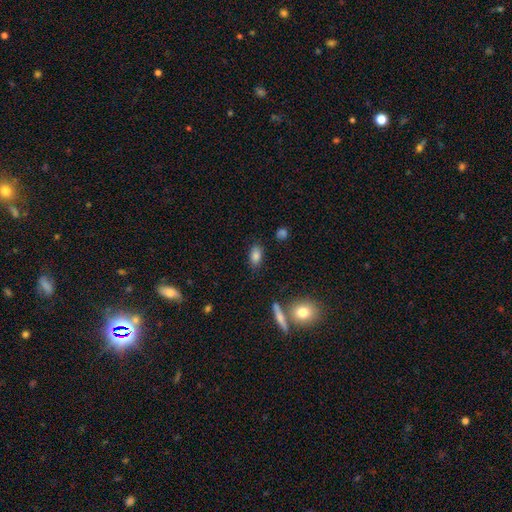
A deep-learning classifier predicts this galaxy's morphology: type=smooth (82%); roundness=in between (87%); merging=none (78%).